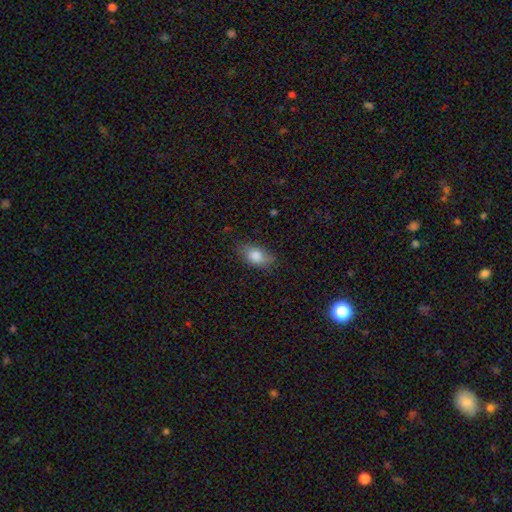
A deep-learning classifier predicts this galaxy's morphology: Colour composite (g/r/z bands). It shows a smooth galaxy with no disk features (81%) that is in between round and cigar-shaped (87%). Merging: none (77%).